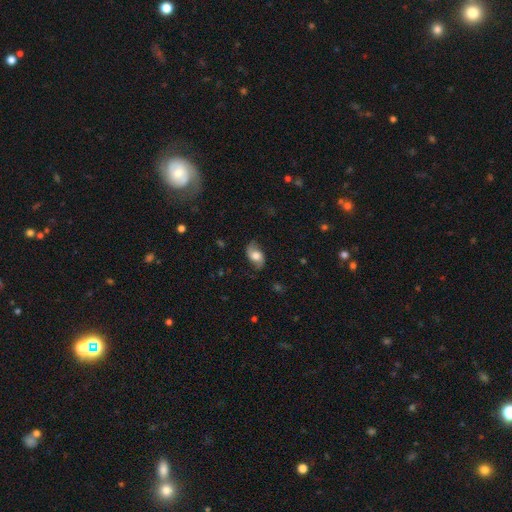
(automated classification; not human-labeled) smooth-or-featured: featured or disk: 49% | smooth: 43% | star or artifact: 8%
  merging: none: 74% | minor disturbance: 18% | major disturbance: 6% | merger: 1%